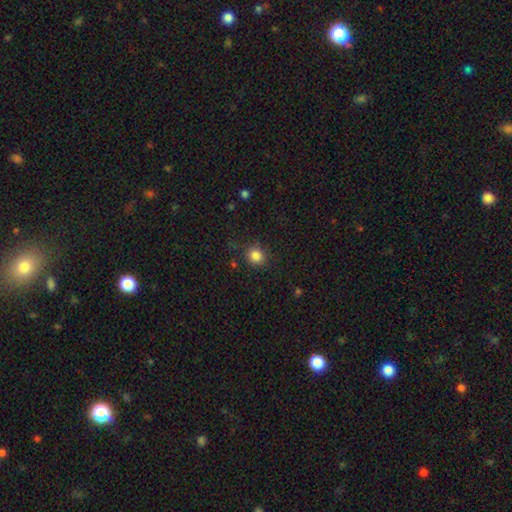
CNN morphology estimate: The model was most divided on "smooth or featured": smooth: 83%, star or artifact: 12%, featured or disk: 5%. More confident: how rounded — round (88%); merging — none (85%).